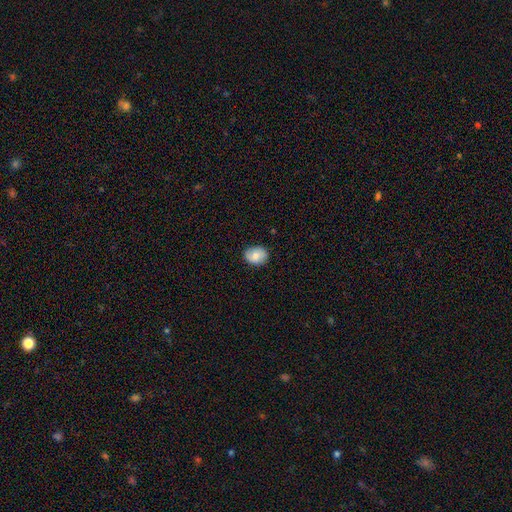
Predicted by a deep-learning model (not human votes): Smooth or featured? Predicted: smooth (p=0.76). How rounded? Predicted: round (p=0.51). Merging? Predicted: none (p=0.85).